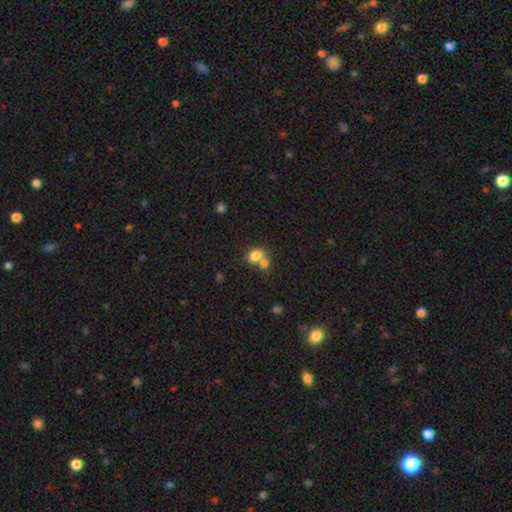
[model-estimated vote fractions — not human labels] A smooth galaxy with no disk features (80%) that is in between round and cigar-shaped (54%).

Vote fractions:
- Smooth or featured? smooth: 80% / star or artifact: 11% / featured or disk: 9%
- How rounded? in between: 54% / round: 45% / cigar-shaped: 1%
- Merging? merger: 54% / none: 35% / minor disturbance: 8% / major disturbance: 4%